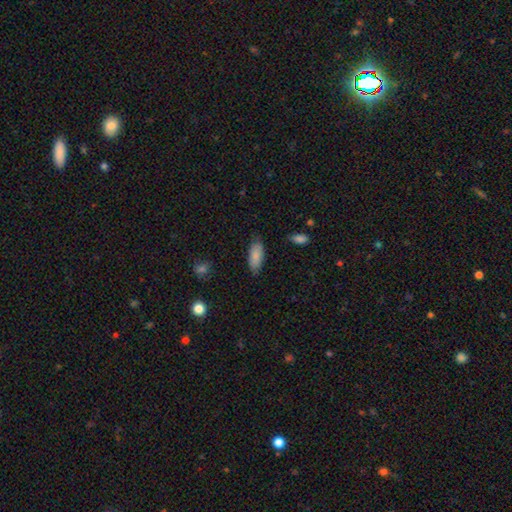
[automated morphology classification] type=smooth (86%); roundness=in between (83%); merging=none (78%).